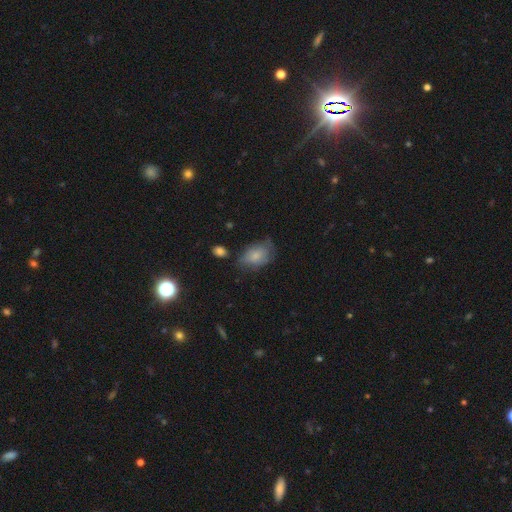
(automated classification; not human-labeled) smooth-or-featured: smooth: 73% | featured or disk: 20% | star or artifact: 7%
  how-rounded: in between: 86% | round: 13% | cigar-shaped: 1%
  merging: none: 48% | minor disturbance: 37% | major disturbance: 12% | merger: 3%